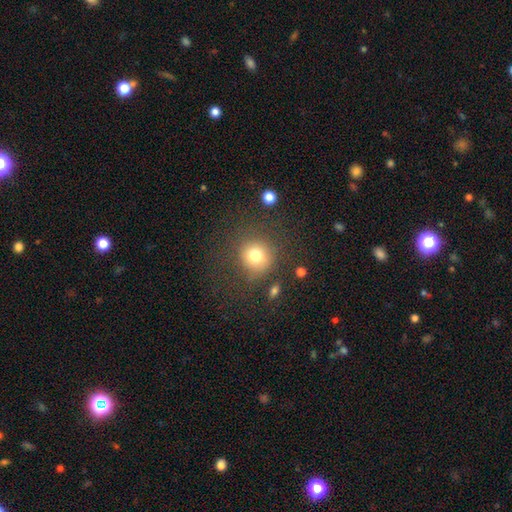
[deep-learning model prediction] Smooth or featured? Predicted: smooth (p=0.77). How rounded? Predicted: round (p=0.89). Merging? Predicted: none (p=0.77).